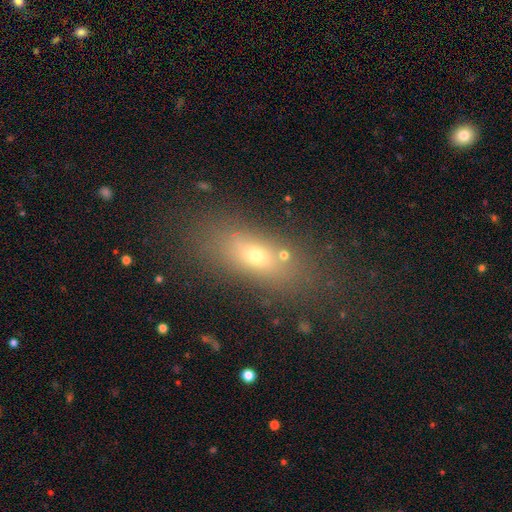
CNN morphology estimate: A smooth galaxy with no disk features (61%) that is in between round and cigar-shaped (65%).

Vote fractions:
- Smooth or featured? smooth: 61% / featured or disk: 21% / star or artifact: 19%
- How rounded? in between: 65% / cigar-shaped: 25% / round: 10%
- Merging? none: 73% / minor disturbance: 13% / major disturbance: 7% / merger: 6%